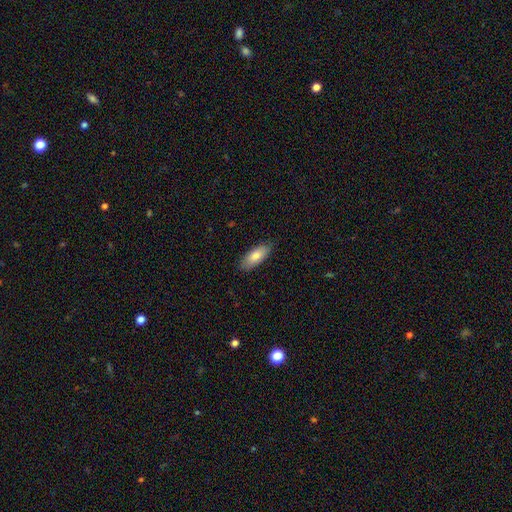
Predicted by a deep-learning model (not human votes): Q: Smooth or featured?
A: smooth (80%); runner-up: featured or disk (14%)
Q: How rounded?
A: in between (79%); runner-up: cigar-shaped (19%)
Q: Merging?
A: none (86%); runner-up: minor disturbance (11%)